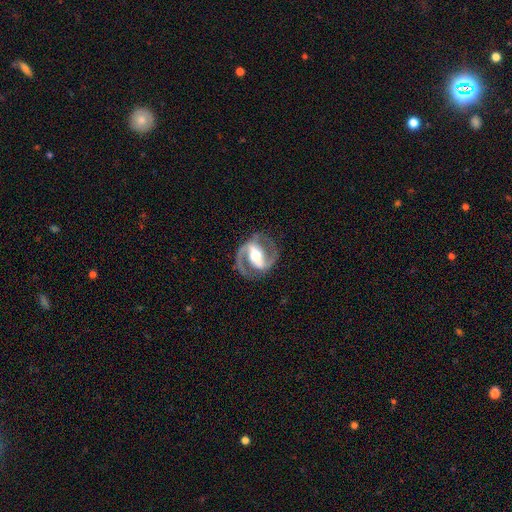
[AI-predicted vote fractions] A featured or disk galaxy (90%) with a strong bar (63%), 2 (93%) medium (59%) spiral arms (95%) and a moderate central bulge (62%).

Vote fractions:
- Smooth or featured? featured or disk: 90% / smooth: 6% / star or artifact: 4%
- Edge-on disk? no: 97% / yes: 3%
- Bar? strong: 63% / weak: 25% / no: 12%
- Spiral arms? yes: 95% / no: 5%
- Spiral winding? medium: 59% / tight: 26% / loose: 15%
- Spiral arm count? 2: 93% / 1: 2% / can't tell: 2% / 3: 1% / 4: 1% / more than 4: 1%
- Bulge size? moderate: 62% / large: 20% / small: 14% / dominant: 2% / none: 2%
- Merging? none: 81% / minor disturbance: 11% / major disturbance: 6% / merger: 1%